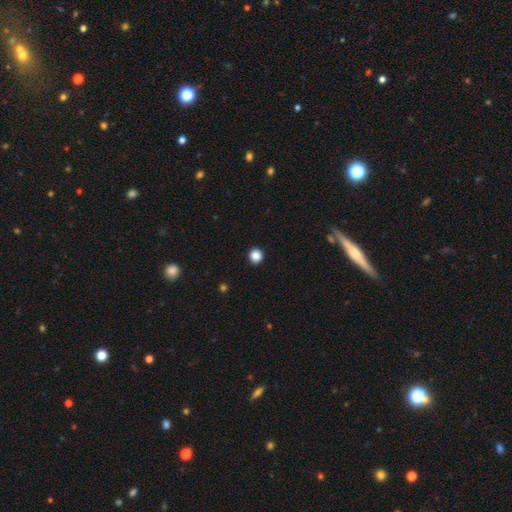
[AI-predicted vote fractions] A smooth galaxy with no disk features (87%) that is round (92%).

Vote fractions:
- Smooth or featured? smooth: 87% / star or artifact: 10% / featured or disk: 2%
- How rounded? round: 92% / in between: 7% / cigar-shaped: 1%
- Merging? none: 93% / minor disturbance: 5% / major disturbance: 2% / merger: 1%